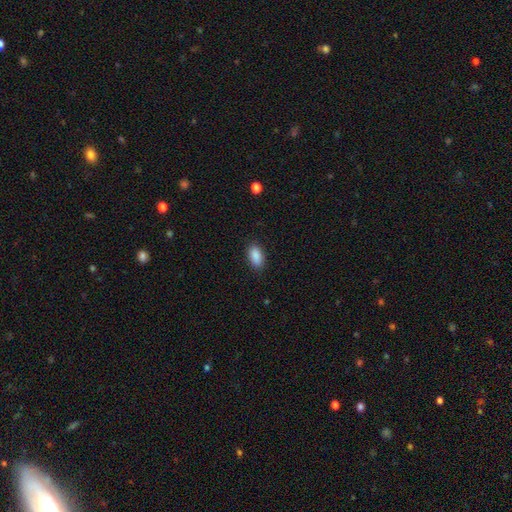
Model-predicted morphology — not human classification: Smooth or featured? smooth (89%)
How rounded? in between (90%)
Merging? none (87%)